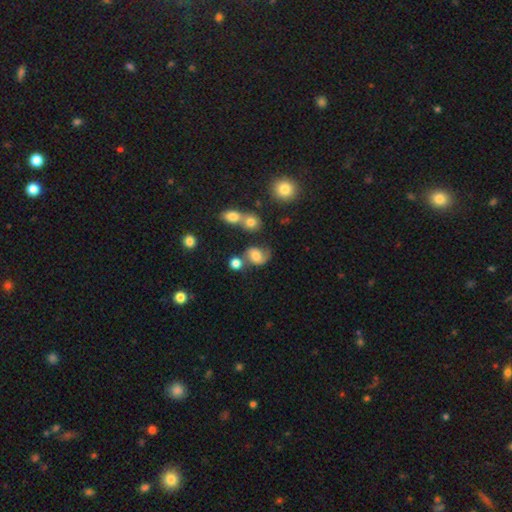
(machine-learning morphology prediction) Overall: smooth (51%; featured or disk 36%). How rounded: in between (51%; round 48%). Merging: none (47%; minor disturbance 22%).